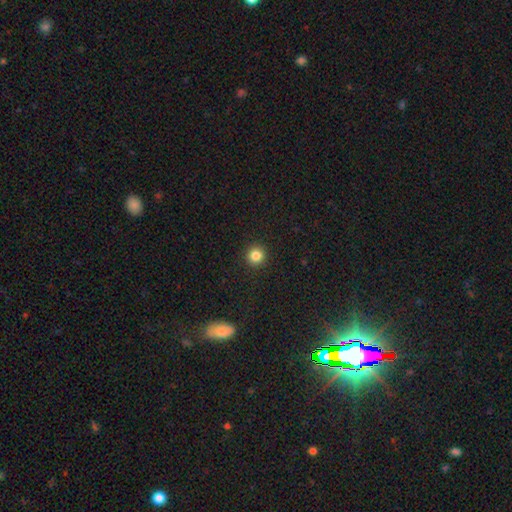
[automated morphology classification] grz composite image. It shows a smooth galaxy with no disk features (84%) that is round (95%). Merging: none (93%).